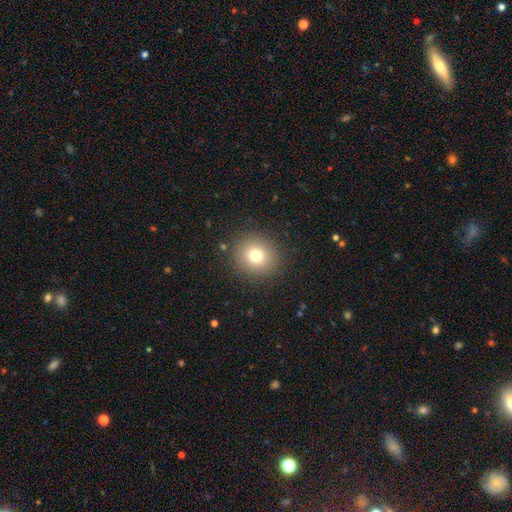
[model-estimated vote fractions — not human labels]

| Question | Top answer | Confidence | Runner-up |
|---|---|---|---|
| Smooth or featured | smooth | 76% | star or artifact (14%) |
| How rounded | round | 89% | in between (10%) |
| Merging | none | 89% | minor disturbance (6%) |